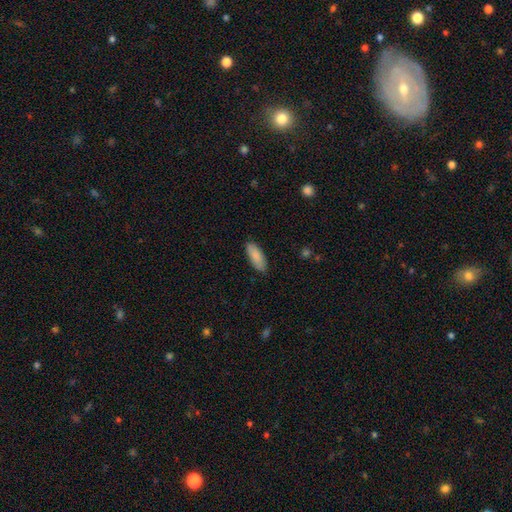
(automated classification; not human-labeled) Smooth or featured?
  - smooth: 88% *
  - featured or disk: 6%
  - star or artifact: 6%
How rounded?
  - in between: 75% *
  - cigar-shaped: 24%
  - round: 2%
Merging?
  - none: 86% *
  - minor disturbance: 11%
  - major disturbance: 2%
  - merger: 1%